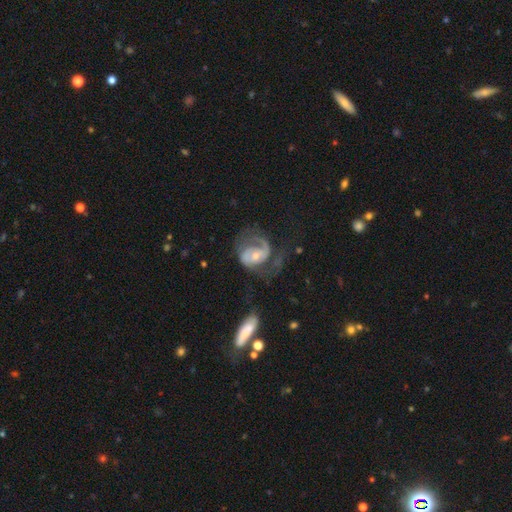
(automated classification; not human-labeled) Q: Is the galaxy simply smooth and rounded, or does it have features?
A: featured or disk — 80%.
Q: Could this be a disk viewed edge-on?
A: no — 98%.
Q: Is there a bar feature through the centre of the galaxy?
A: no — 57%.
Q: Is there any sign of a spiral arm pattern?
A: yes — 90%.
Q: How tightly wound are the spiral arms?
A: medium — 46%.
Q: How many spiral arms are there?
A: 2 — 51%.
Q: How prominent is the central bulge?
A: small — 50%.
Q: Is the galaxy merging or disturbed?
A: major disturbance — 44%.